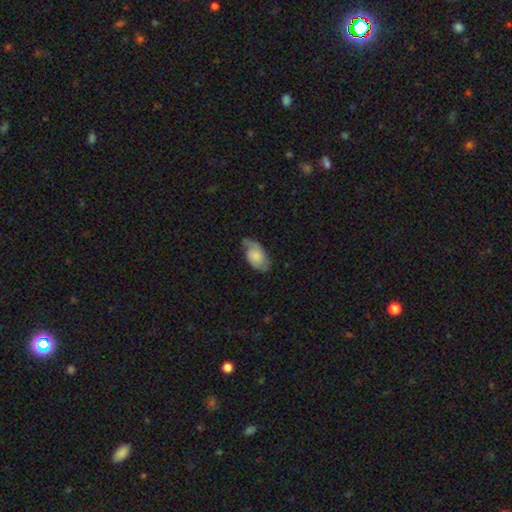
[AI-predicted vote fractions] This is possibly a smooth galaxy (57%). How rounded: clearly in between (94%). Merging: likely none (61%).